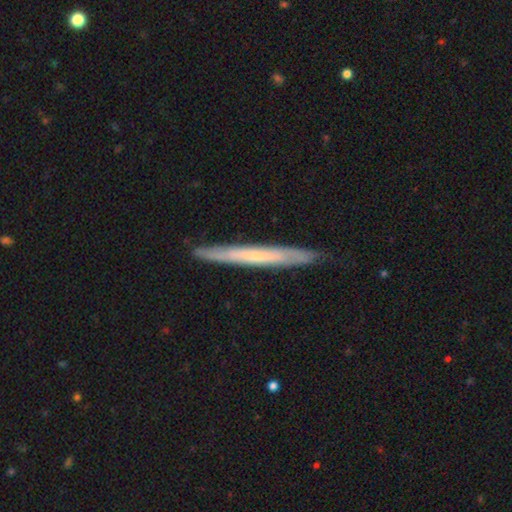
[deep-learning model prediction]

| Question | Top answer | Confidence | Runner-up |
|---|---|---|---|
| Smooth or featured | featured or disk | 55% | smooth (39%) |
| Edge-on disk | yes | 90% | no (10%) |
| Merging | none | 88% | minor disturbance (10%) |